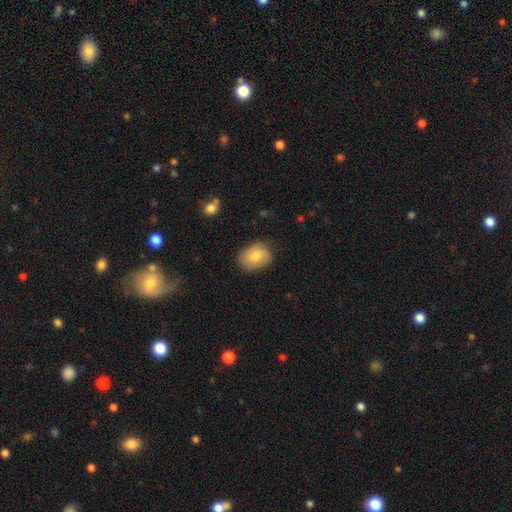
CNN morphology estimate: smooth 73%, featured or disk 21%, star or artifact 7%. Down the decision tree: how rounded — in between (68%); merging — none (76%).